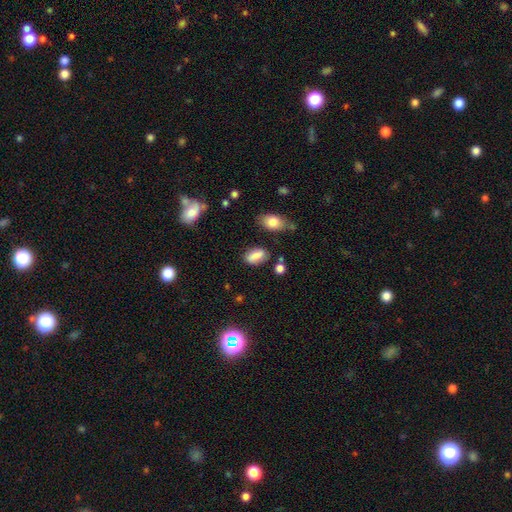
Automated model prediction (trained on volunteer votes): Smooth or featured: smooth — 82% (featured or disk — 9%)
How rounded: in between — 89% (round — 7%)
Merging: none — 75% (minor disturbance — 16%)